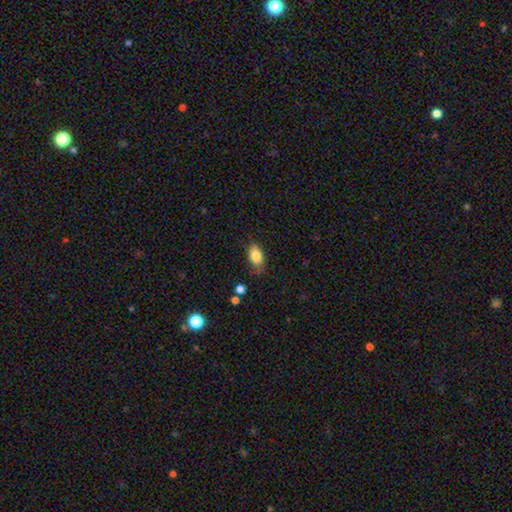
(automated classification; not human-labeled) This is clearly a smooth galaxy (82%). How rounded: clearly in between (92%). Merging: likely none (63%).